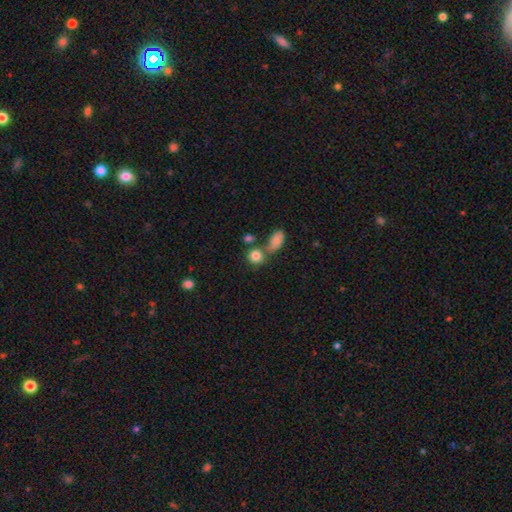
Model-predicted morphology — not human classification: type=smooth (82%); roundness=round (81%); merging=none (57%).